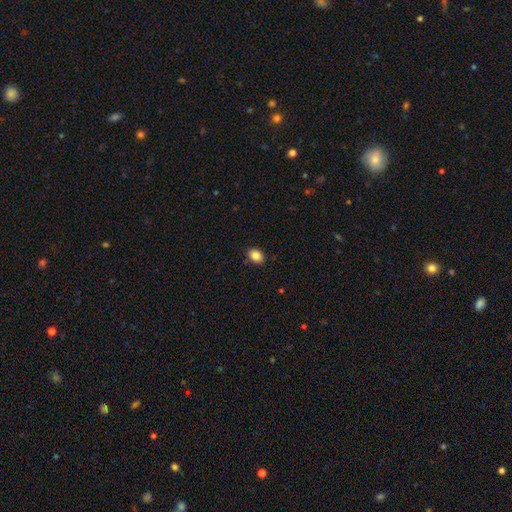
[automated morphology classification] A smooth galaxy with no disk features (85%) that is in between round and cigar-shaped (63%).

Vote fractions:
- Smooth or featured? smooth: 85% / star or artifact: 10% / featured or disk: 5%
- How rounded? in between: 63% / round: 36% / cigar-shaped: 1%
- Merging? none: 87% / minor disturbance: 9% / major disturbance: 2% / merger: 1%